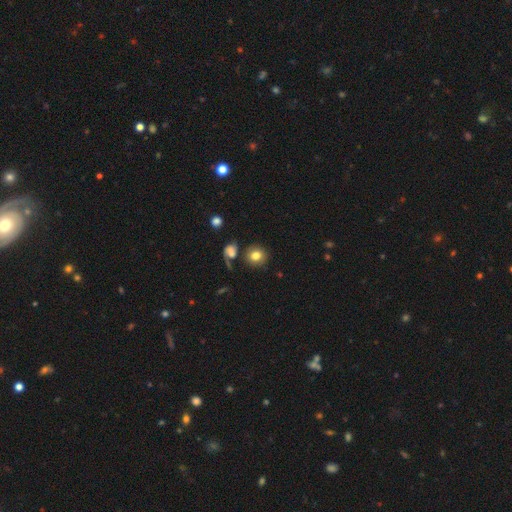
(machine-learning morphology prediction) A smooth galaxy with no disk features (80%) that is round (85%). Merging: none (77%).